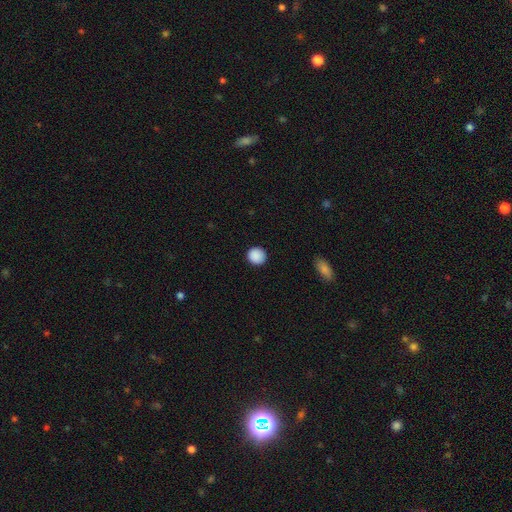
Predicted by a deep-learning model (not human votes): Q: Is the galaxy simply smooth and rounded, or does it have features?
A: smooth — 90%.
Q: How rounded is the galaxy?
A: round — 91%.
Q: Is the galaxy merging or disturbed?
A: none — 91%.